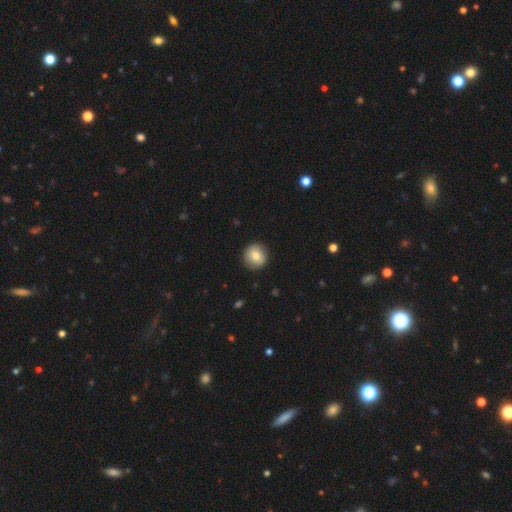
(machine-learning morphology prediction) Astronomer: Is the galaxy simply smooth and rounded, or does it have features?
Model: smooth — 79%.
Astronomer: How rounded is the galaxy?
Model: round — 93%.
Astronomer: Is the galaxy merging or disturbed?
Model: none — 89%.